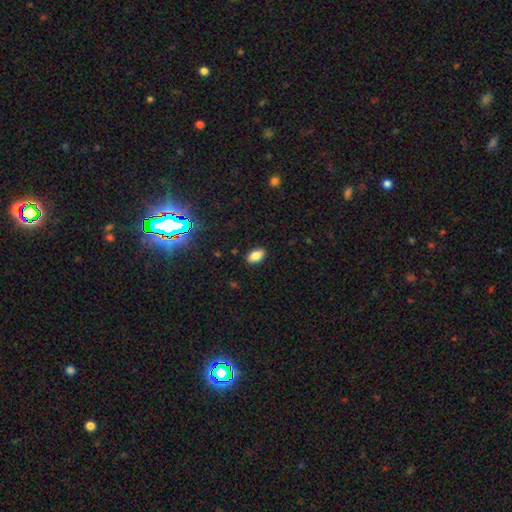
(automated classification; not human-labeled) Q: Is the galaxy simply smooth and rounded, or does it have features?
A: smooth — 79%.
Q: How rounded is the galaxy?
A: in between — 91%.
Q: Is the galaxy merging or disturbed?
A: none — 88%.